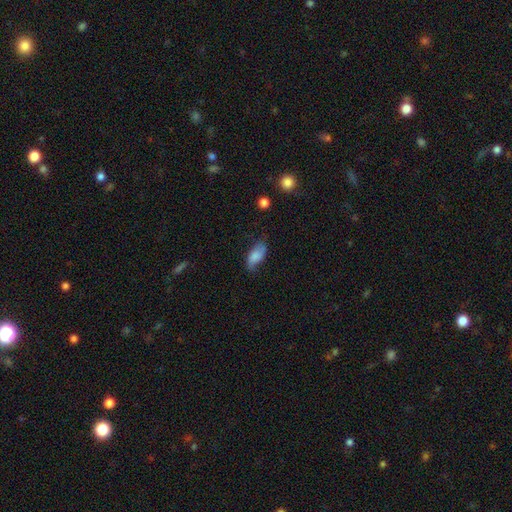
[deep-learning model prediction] A smooth galaxy with no disk features (76%) that is in between round and cigar-shaped (87%). Merging: none (62%).